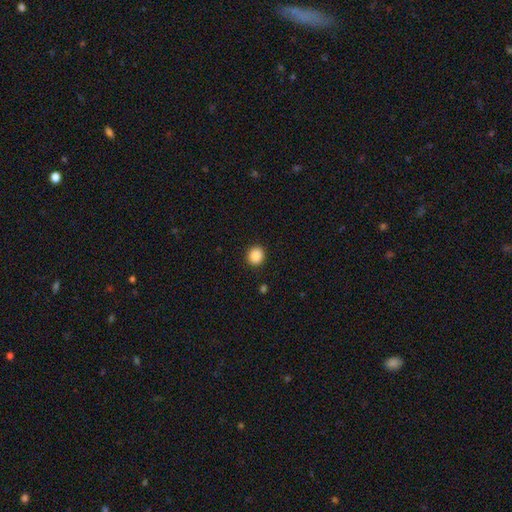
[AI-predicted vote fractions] Smooth or featured?
  - smooth: 88% *
  - star or artifact: 9%
  - featured or disk: 3%
How rounded?
  - round: 83% *
  - in between: 16%
  - cigar-shaped: 1%
Merging?
  - none: 91% *
  - minor disturbance: 6%
  - major disturbance: 2%
  - merger: 1%